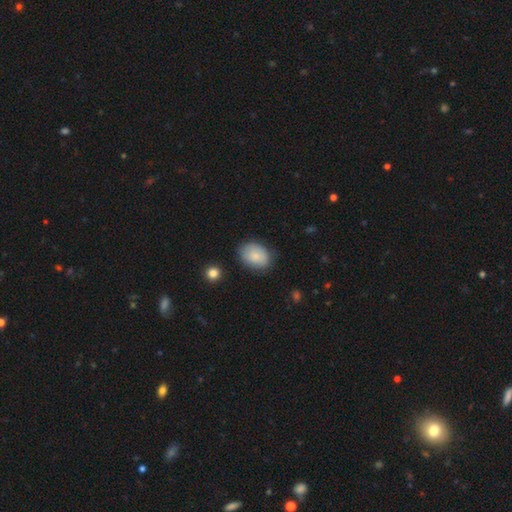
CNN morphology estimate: This appears to be a smooth galaxy with no disk features (81%) that is in between round and cigar-shaped (78%). Merging: none (76%).